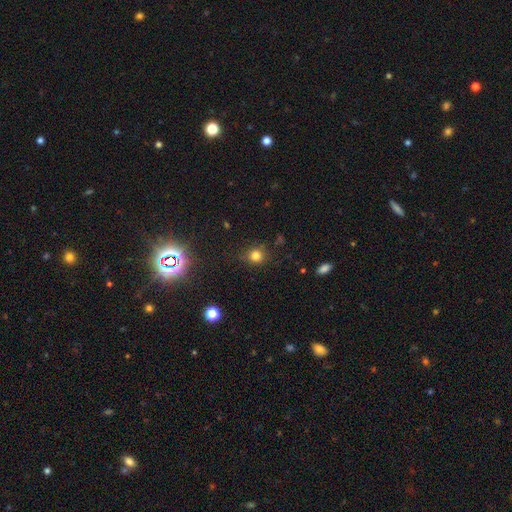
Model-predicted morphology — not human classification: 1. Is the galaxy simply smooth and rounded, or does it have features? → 76% smooth, 18% star or artifact, 6% featured or disk.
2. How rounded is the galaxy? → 85% round, 14% in between, 1% cigar-shaped.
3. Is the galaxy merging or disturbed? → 80% none, 14% minor disturbance, 4% major disturbance, 2% merger.